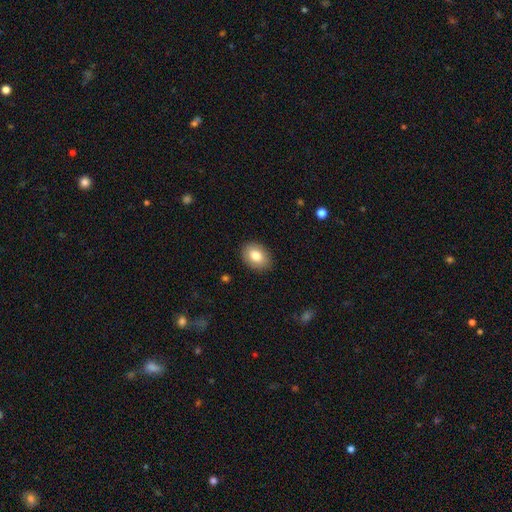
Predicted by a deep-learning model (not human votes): The model was most divided on "how rounded": in between: 74%, round: 25%, cigar-shaped: 1%. More confident: merging — none (89%); smooth or featured — smooth (82%).